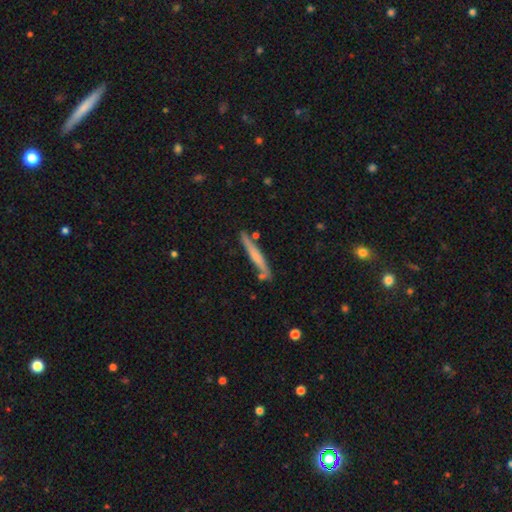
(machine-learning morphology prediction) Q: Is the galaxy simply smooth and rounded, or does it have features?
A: smooth — 52%.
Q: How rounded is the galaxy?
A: cigar-shaped — 95%.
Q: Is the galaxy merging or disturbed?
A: none — 78%.